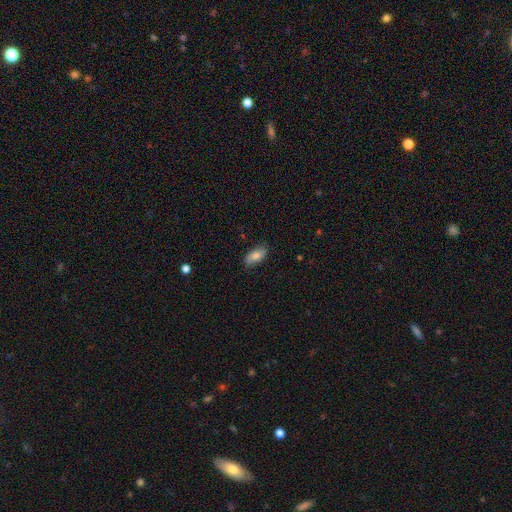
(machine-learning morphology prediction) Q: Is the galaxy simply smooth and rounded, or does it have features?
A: smooth — 74%.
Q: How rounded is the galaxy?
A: in between — 88%.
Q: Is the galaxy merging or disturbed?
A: none — 82%.